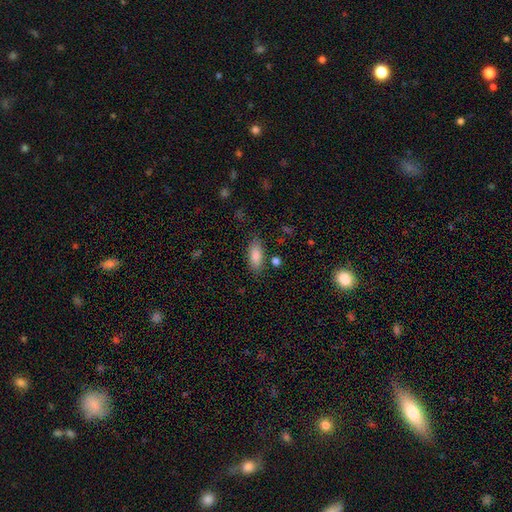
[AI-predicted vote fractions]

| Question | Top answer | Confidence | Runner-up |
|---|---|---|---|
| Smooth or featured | smooth | 85% | featured or disk (8%) |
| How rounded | in between | 84% | cigar-shaped (14%) |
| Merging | none | 80% | minor disturbance (12%) |